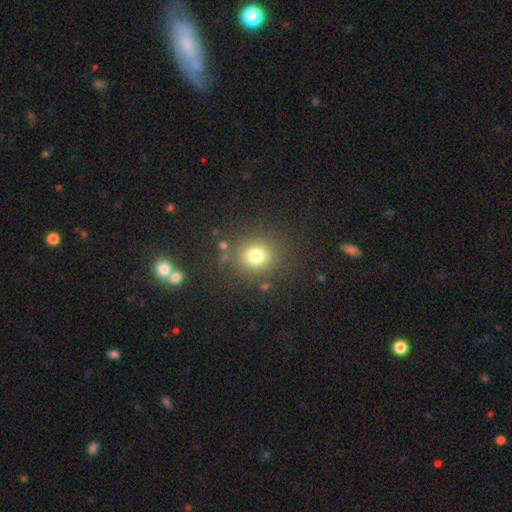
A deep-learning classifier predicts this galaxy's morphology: The model was most divided on "smooth or featured": smooth: 76%, star or artifact: 16%, featured or disk: 8%. More confident: how rounded — round (84%); merging — none (83%).